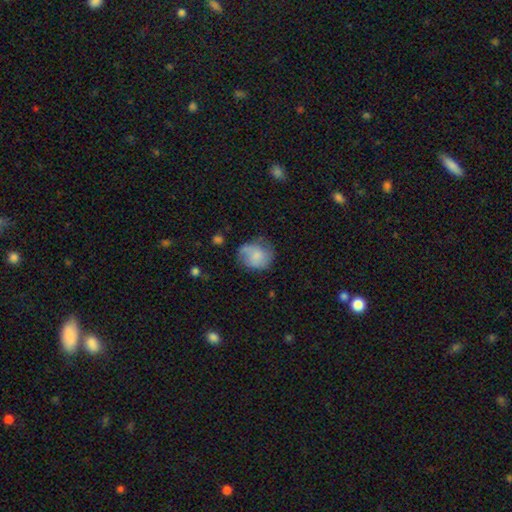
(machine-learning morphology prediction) Overall: smooth (61%; featured or disk 31%). How rounded: round (69%; in between 30%). Merging: none (55%; minor disturbance 28%).